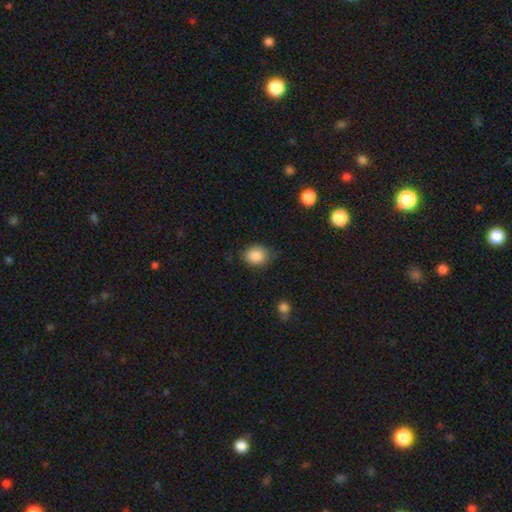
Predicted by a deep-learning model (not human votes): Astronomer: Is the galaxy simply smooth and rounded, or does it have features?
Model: smooth — 87%.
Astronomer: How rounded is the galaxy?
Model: round — 51% (runner-up: in between, 48%).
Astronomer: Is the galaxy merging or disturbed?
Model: none — 72%.